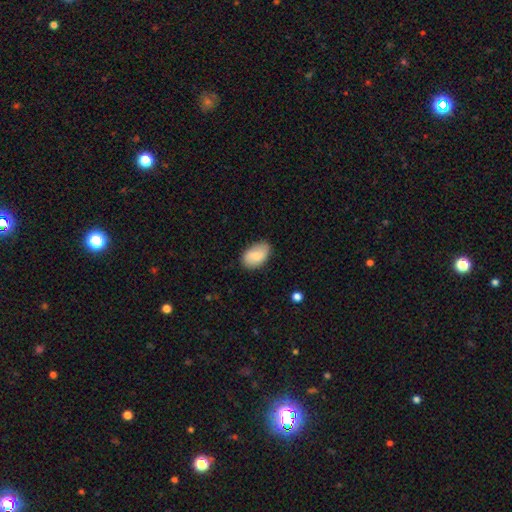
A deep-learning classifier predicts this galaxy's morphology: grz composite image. It shows a smooth galaxy with no disk features (77%) that is in between round and cigar-shaped (90%). Merging: none (72%).